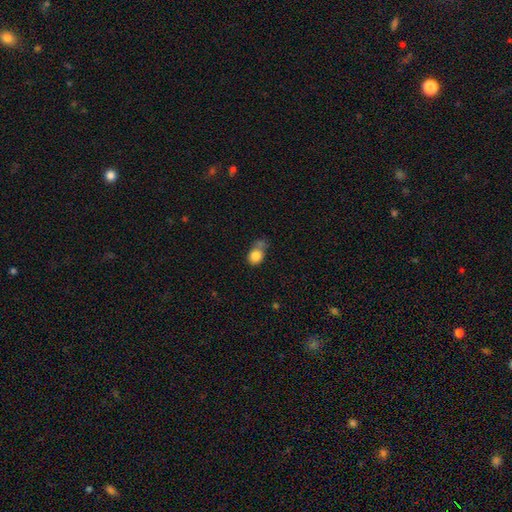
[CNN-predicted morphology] The model was most divided on "how rounded": round: 52%, in between: 47%, cigar-shaped: 1%. Remaining: smooth or featured — smooth (81%); merging — none (35%).